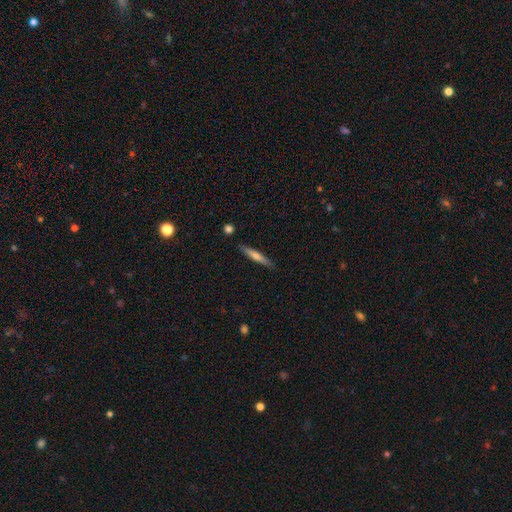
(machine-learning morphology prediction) This is possibly a smooth galaxy (53%). How rounded: clearly cigar-shaped (93%). Merging: clearly none (89%).